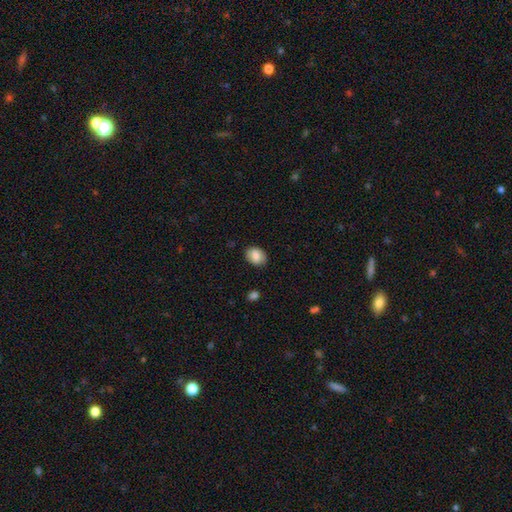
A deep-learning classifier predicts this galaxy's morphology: Smooth or featured?
  - smooth: 81% *
  - featured or disk: 11%
  - star or artifact: 8%
How rounded?
  - in between: 63% *
  - round: 36%
  - cigar-shaped: 1%
Merging?
  - none: 81% *
  - minor disturbance: 14%
  - major disturbance: 3%
  - merger: 1%